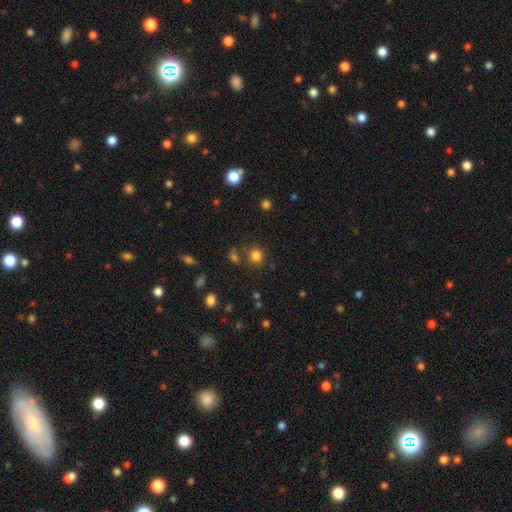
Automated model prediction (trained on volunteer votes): A smooth galaxy with no disk features (79%) that is round (85%). Merging: none (75%).